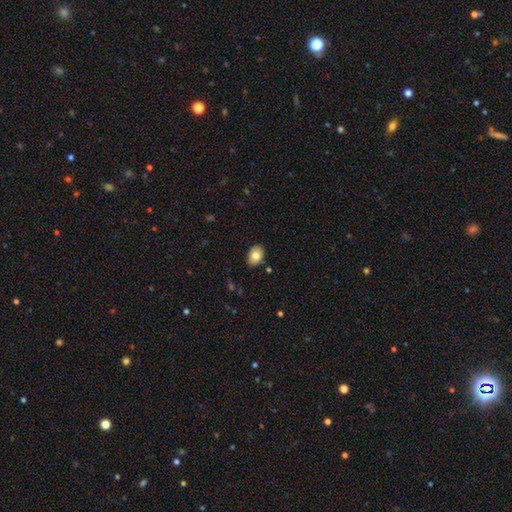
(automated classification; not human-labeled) Smooth or featured? Predicted: smooth (p=0.80). How rounded? Predicted: in between (p=0.81). Merging? Predicted: none (p=0.87).